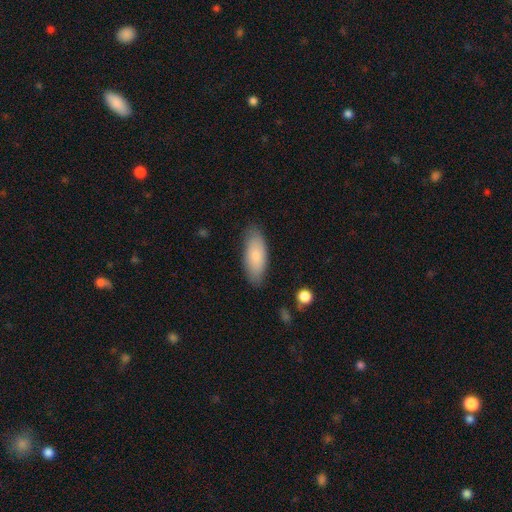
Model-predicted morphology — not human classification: A smooth galaxy with no disk features (78%) that is in between round and cigar-shaped (79%).

Vote fractions:
- Smooth or featured? smooth: 78% / featured or disk: 16% / star or artifact: 6%
- How rounded? in between: 79% / cigar-shaped: 19% / round: 2%
- Merging? none: 81% / minor disturbance: 15% / major disturbance: 3% / merger: 1%